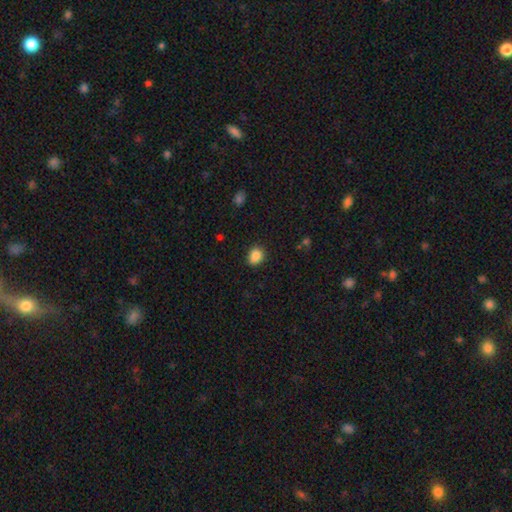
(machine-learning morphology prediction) smooth-or-featured: smooth: 85% | star or artifact: 10% | featured or disk: 5%
  how-rounded: round: 51% | in between: 48% | cigar-shaped: 1%
  merging: none: 75% | minor disturbance: 18% | major disturbance: 4% | merger: 3%